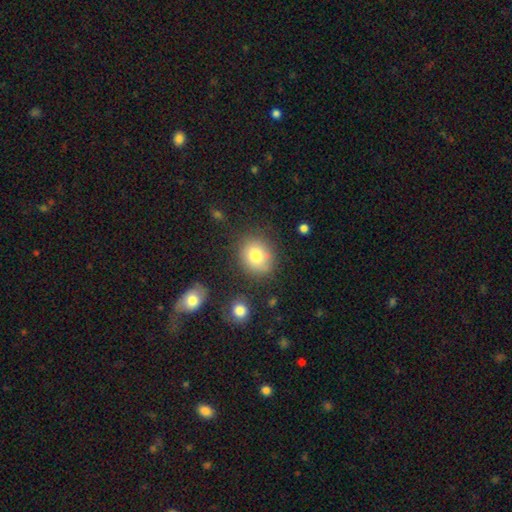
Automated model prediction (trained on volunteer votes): This is likely a smooth galaxy (79%). How rounded: likely round (69%). Merging: likely none (78%).